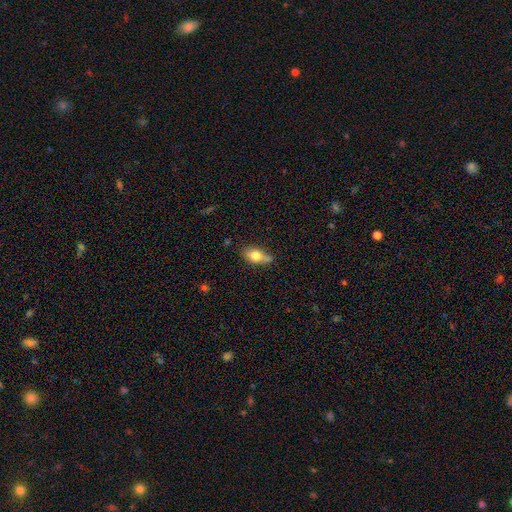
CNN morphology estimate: A smooth galaxy with no disk features (78%) that is in between round and cigar-shaped (82%). Merging: none (51%).